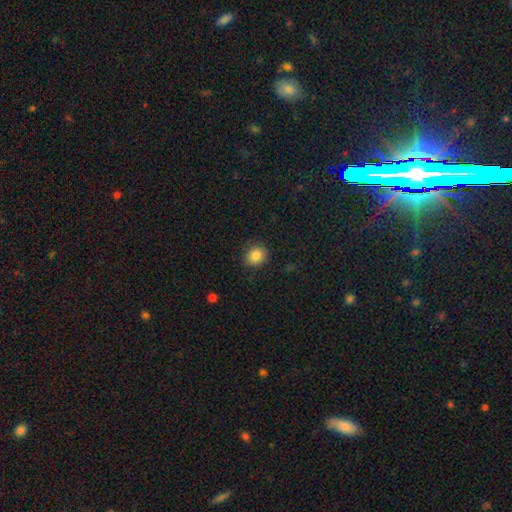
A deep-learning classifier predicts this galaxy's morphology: smooth 85%, star or artifact 10%, featured or disk 5%. Down the decision tree: how rounded — round (72%); merging — none (85%).